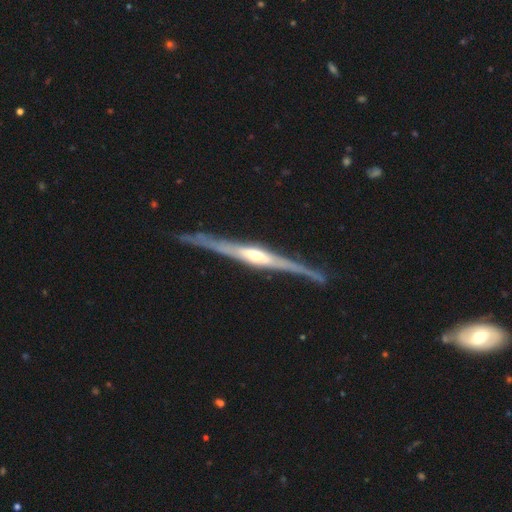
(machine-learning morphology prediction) The model was most divided on "edge-on bulge": rounded: 75%, none: 13%, boxy: 12%. More confident: edge-on disk — yes (96%); smooth or featured — featured or disk (85%); merging — none (82%).